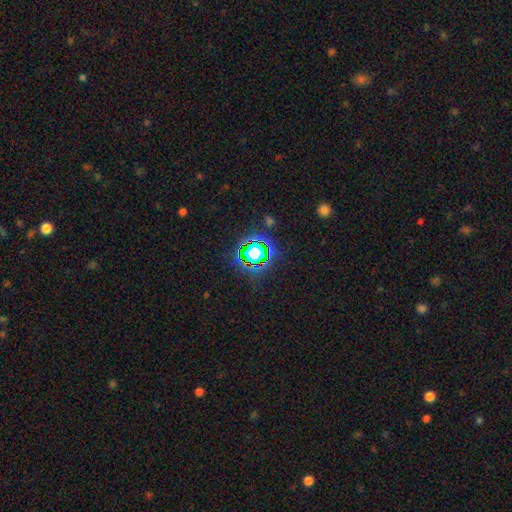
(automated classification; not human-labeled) Smooth or featured? Predicted: star or artifact (p=0.77).